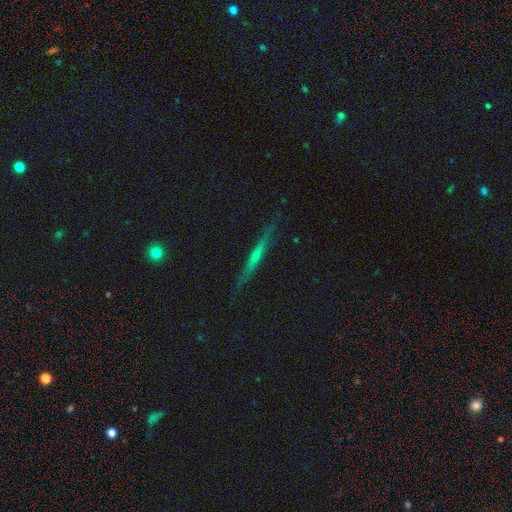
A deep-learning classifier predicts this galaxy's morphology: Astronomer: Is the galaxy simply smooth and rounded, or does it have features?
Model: featured or disk — 68%.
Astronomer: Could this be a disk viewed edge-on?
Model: yes — 96%.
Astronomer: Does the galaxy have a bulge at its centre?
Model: rounded — 63%.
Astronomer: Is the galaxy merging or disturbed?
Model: none — 86%.